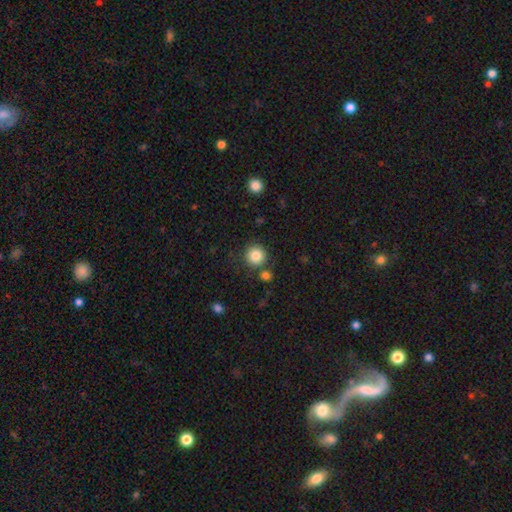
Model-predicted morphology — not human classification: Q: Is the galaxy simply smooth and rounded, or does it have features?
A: smooth — 85%.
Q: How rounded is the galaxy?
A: round — 93%.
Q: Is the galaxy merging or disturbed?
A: none — 82%.